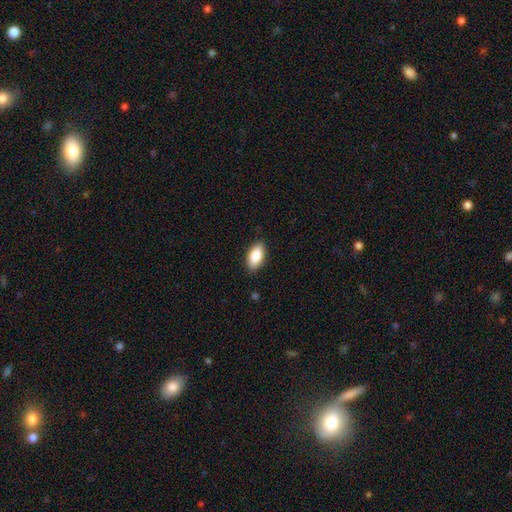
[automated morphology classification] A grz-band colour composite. It shows a smooth galaxy with no disk features (85%) that is in between round and cigar-shaped (93%). Merging: none (87%).